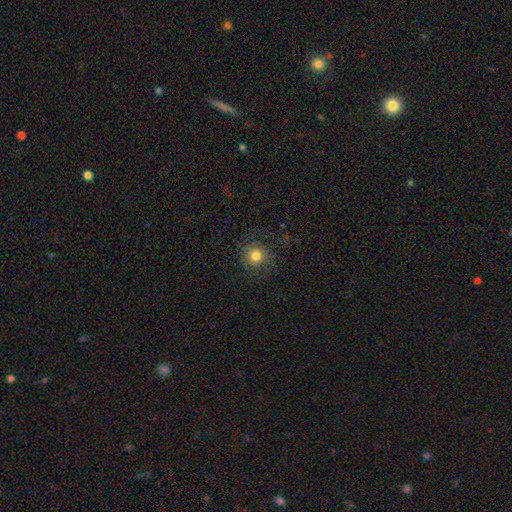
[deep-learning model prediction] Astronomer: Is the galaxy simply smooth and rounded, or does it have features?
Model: smooth — 74%.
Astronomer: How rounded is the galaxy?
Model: round — 91%.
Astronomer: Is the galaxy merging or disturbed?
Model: none — 80%.